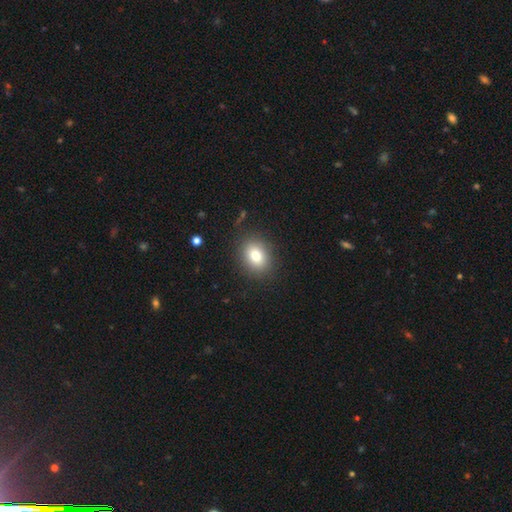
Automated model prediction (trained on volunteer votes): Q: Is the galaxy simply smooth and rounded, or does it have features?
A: smooth — 81%.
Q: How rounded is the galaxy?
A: in between — 57%.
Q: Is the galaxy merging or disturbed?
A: none — 86%.